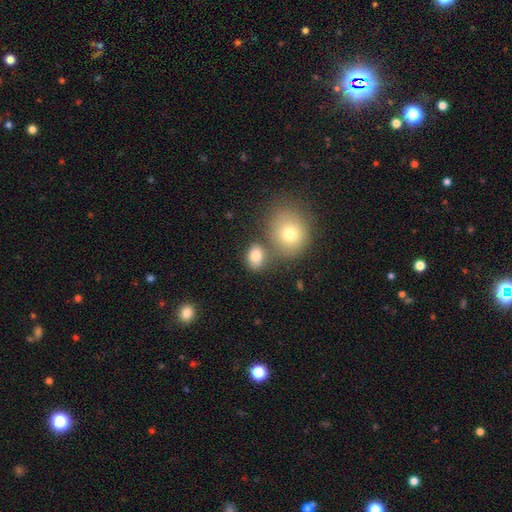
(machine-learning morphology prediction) Smooth or featured? Predicted: smooth (p=0.80). How rounded? Predicted: in between (p=0.57). Merging? Predicted: none (p=0.58).